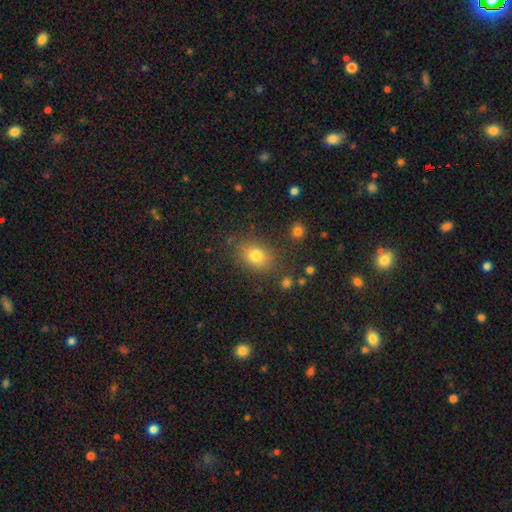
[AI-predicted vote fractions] Smooth or featured? Predicted: smooth (p=0.78). How rounded? Predicted: in between (p=0.57). Merging? Predicted: none (p=0.81).